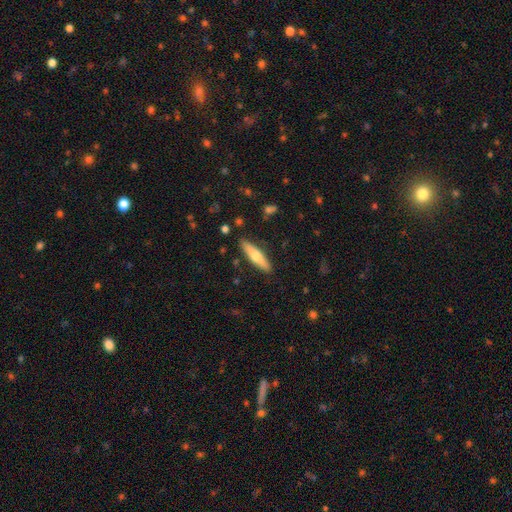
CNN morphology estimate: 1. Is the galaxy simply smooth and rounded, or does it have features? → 57% smooth, 37% featured or disk, 6% star or artifact.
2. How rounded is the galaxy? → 75% cigar-shaped, 23% in between, 2% round.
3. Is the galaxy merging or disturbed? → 89% none, 8% minor disturbance, 2% major disturbance, 1% merger.